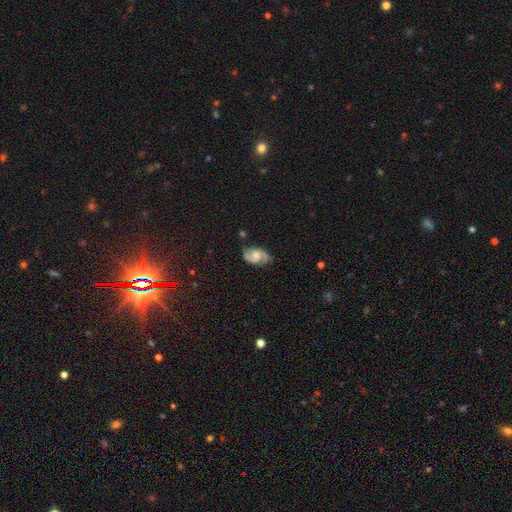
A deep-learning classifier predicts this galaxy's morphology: Smooth or featured? Predicted: featured or disk (p=0.77). Edge-on disk? Predicted: no (p=0.97). Bar? Predicted: no (p=0.57). Spiral arms? Predicted: yes (p=0.95). Spiral winding? Predicted: medium (p=0.51). Spiral arm count? Predicted: 2 (p=0.90). Bulge size? Predicted: moderate (p=0.41). Merging? Predicted: none (p=0.73).